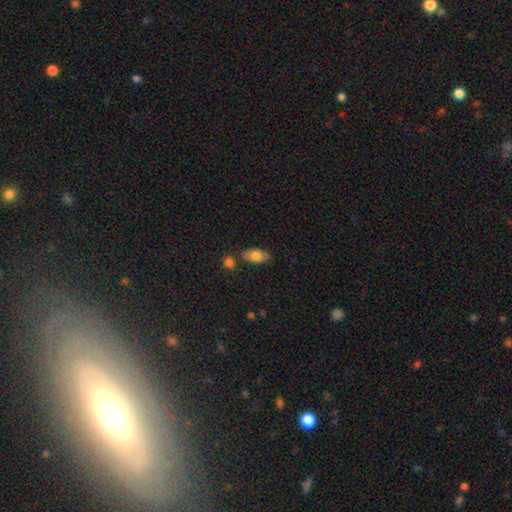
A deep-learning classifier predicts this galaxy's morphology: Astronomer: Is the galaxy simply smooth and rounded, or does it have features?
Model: smooth — 75%.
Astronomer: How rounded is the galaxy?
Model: in between — 88%.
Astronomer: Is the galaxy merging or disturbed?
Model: none — 77%.